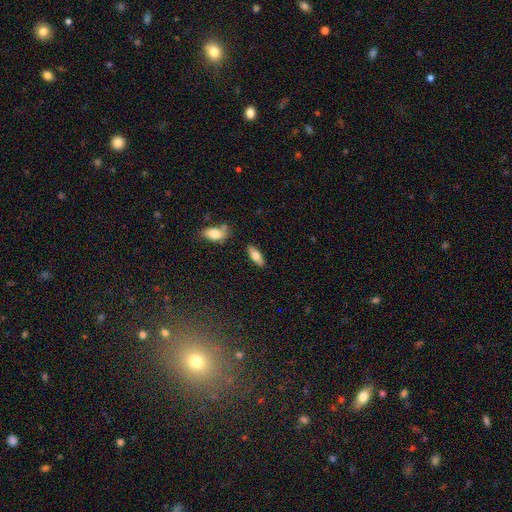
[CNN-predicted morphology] The model was most divided on "smooth or featured": smooth: 68%, featured or disk: 26%, star or artifact: 6%. More confident: merging — none (83%); how rounded — in between (71%).